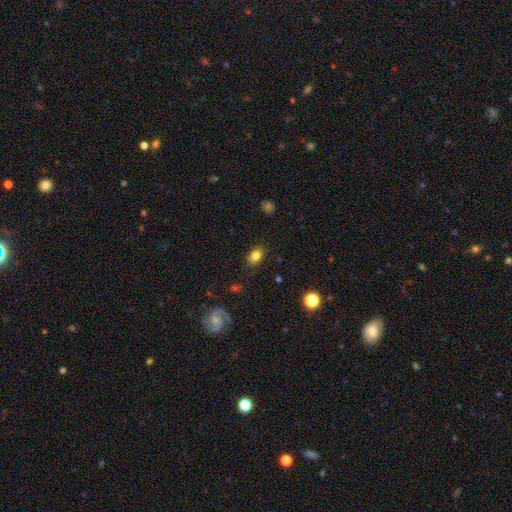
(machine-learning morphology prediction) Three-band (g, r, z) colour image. It shows a smooth galaxy with no disk features (79%) that is in between round and cigar-shaped (77%). Merging: none (82%).